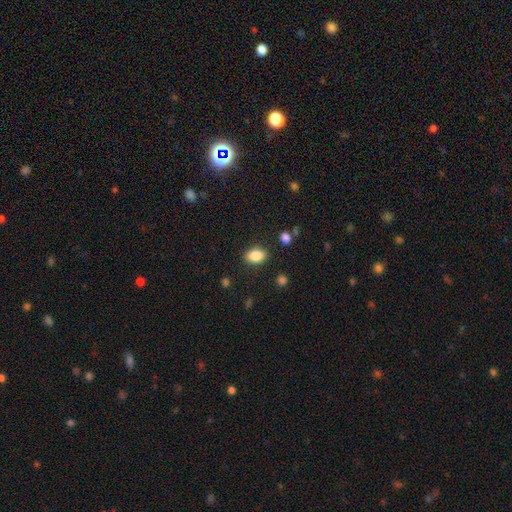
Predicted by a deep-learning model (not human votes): A smooth galaxy with no disk features (86%) that is in between round and cigar-shaped (84%). Merging: none (85%).